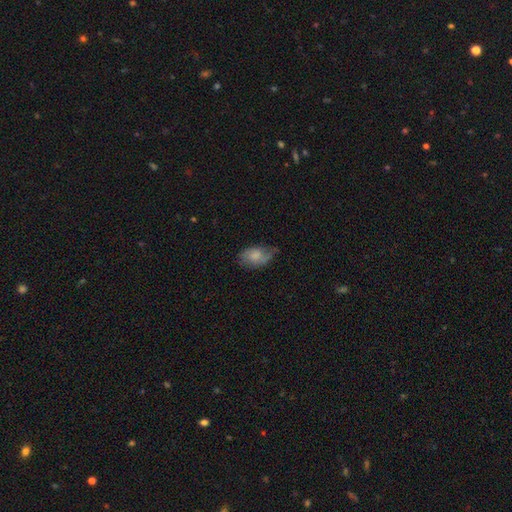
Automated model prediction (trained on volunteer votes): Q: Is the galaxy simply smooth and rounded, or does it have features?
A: smooth — 62%.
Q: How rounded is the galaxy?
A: in between — 90%.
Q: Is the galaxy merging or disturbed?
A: none — 50%.